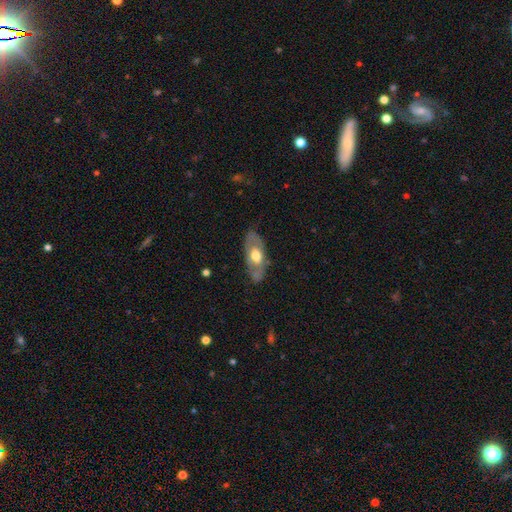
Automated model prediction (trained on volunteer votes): Morphology: type=featured or disk (52%); edge-on=no (78%); merging=none (77%).